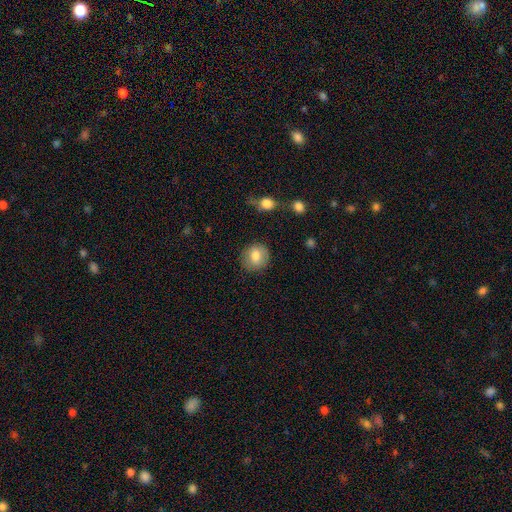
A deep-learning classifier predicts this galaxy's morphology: Overall: smooth (79%). How rounded: round (74%). Merging: none (83%).